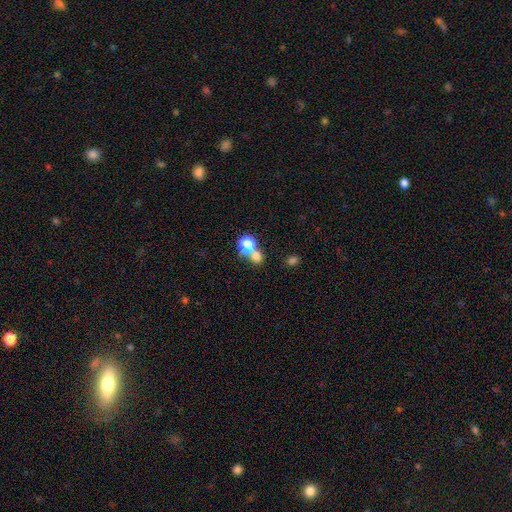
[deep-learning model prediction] Smooth or featured? smooth (71%)
How rounded? round (82%)
Merging? none (54%)